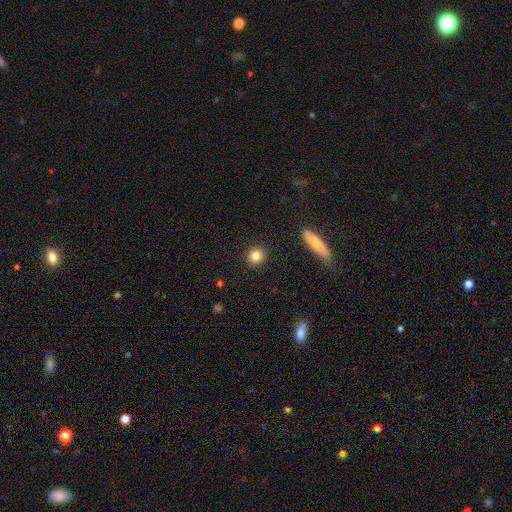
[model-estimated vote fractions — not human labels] smooth_or_featured: smooth (p=0.84) [alt: star or artifact p=0.10]
how_rounded: round (p=0.84) [alt: in between p=0.14]
merging: none (p=0.91) [alt: minor disturbance p=0.06]